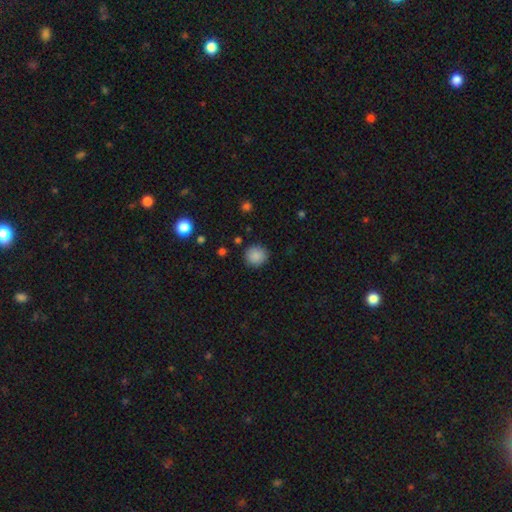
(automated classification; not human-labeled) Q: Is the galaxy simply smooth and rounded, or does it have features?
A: smooth — 87%.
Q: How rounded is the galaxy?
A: round — 91%.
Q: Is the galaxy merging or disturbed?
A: none — 88%.